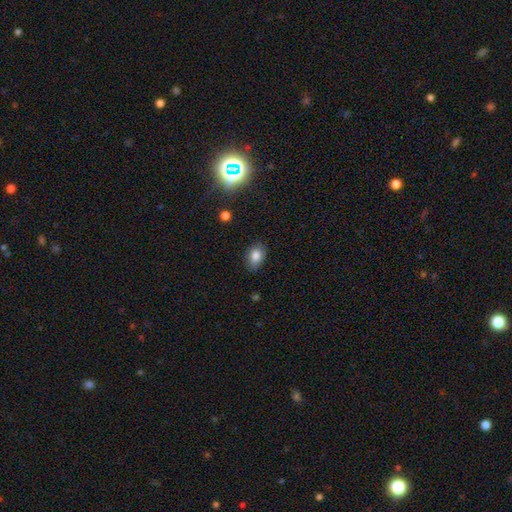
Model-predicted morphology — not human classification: Overall: smooth (83%). How rounded: in between (76%). Merging: none (77%).